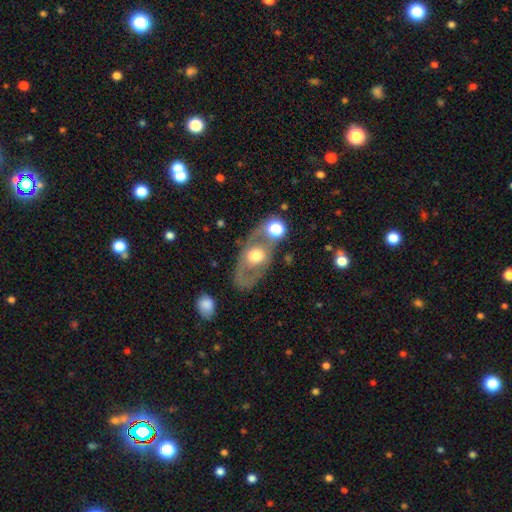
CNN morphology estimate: Smooth or featured? featured or disk (57%)
Edge-on disk? no (85%)
Merging? none (66%)